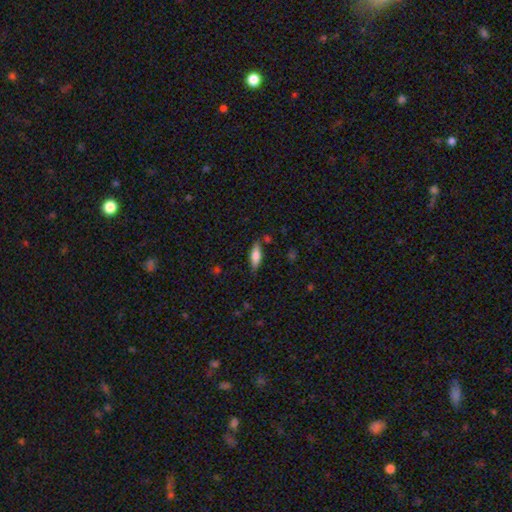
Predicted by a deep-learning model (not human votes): The model was most divided on "how rounded": in between: 57%, cigar-shaped: 41%, round: 2%. More confident: merging — none (80%); smooth or featured — smooth (73%).